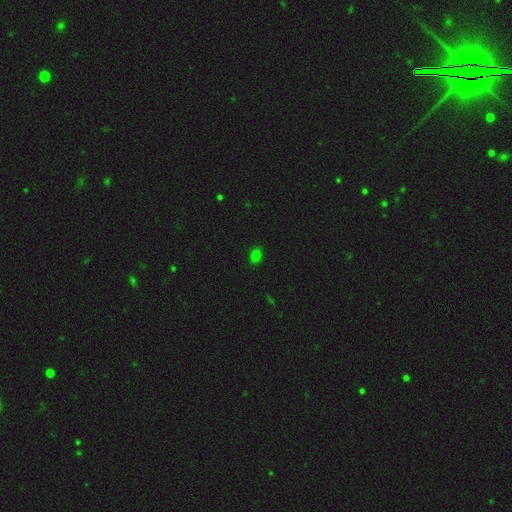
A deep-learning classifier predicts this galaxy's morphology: This appears to be a smooth galaxy with no disk features (76%) that is in between round and cigar-shaped (59%). Merging: none (88%).